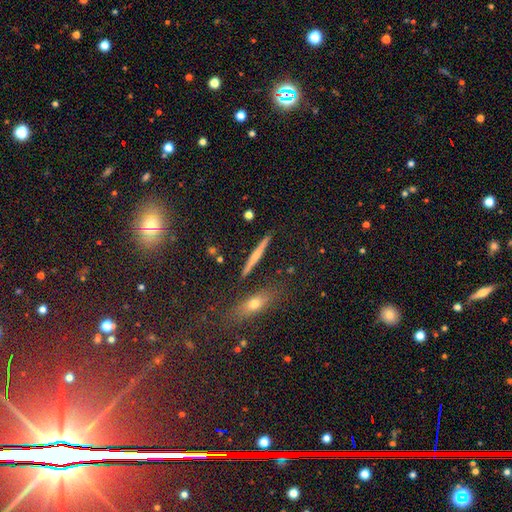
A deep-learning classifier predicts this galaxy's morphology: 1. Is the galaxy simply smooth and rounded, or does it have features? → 44% featured or disk, 43% smooth, 12% star or artifact.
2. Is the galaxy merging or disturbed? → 87% none, 8% minor disturbance, 3% merger, 2% major disturbance.